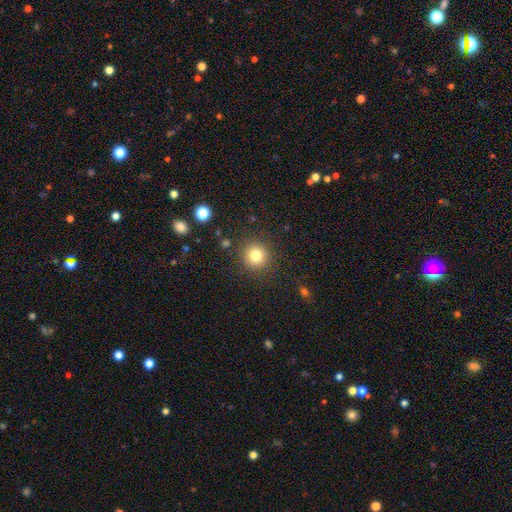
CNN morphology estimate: smooth 81%, star or artifact 12%, featured or disk 7%. Down the decision tree: how rounded — round (93%); merging — none (88%).